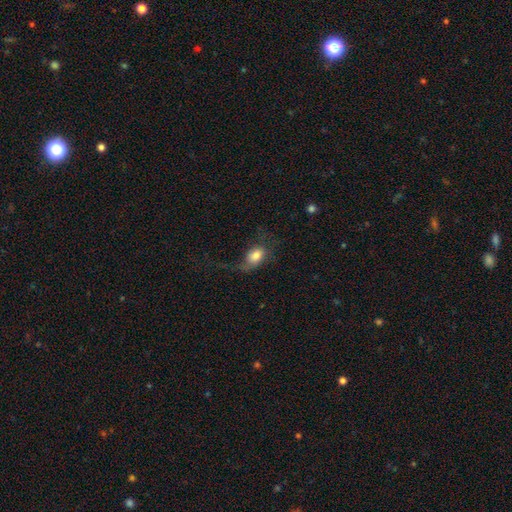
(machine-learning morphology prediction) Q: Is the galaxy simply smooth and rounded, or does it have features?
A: smooth — 72%.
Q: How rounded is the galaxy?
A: in between — 84%.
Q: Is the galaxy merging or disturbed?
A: major disturbance — 38%, tied with none.